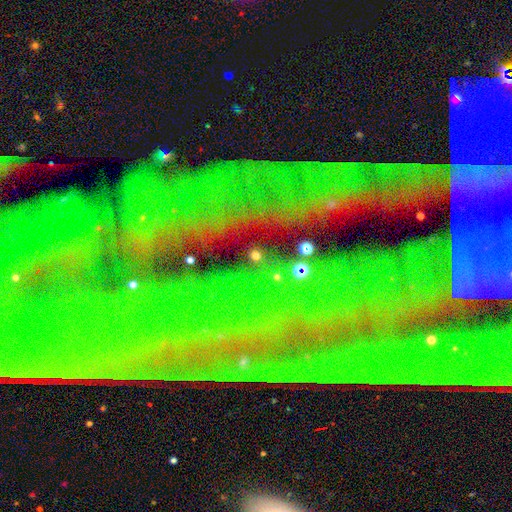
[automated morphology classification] This is possibly a smooth galaxy (55%). How rounded: clearly round (83%). Merging: clearly none (81%).